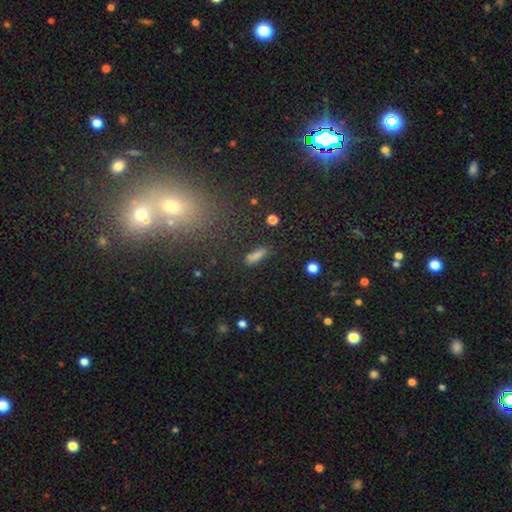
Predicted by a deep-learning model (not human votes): This appears to be a smooth galaxy with no disk features (73%) that is cigar-shaped (54%). Merging: none (81%).